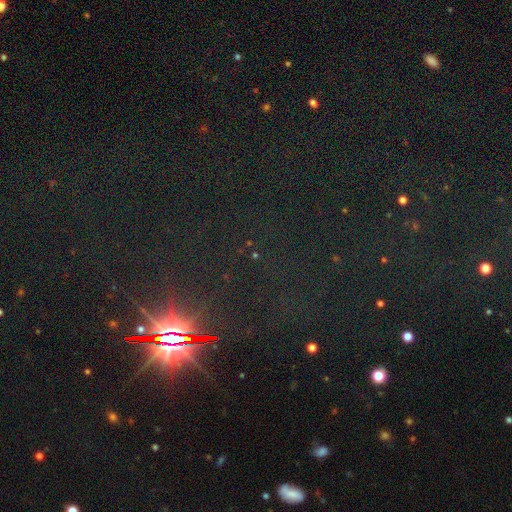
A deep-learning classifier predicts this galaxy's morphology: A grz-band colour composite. It shows a star or artifact, not a galaxy (80%).